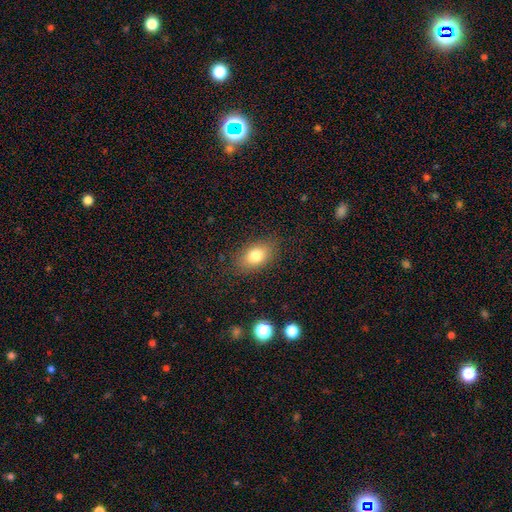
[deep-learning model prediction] smooth_or_featured: smooth (p=0.79) [alt: featured or disk p=0.11]
how_rounded: in between (p=0.84) [alt: round p=0.13]
merging: none (p=0.83) [alt: minor disturbance p=0.12]